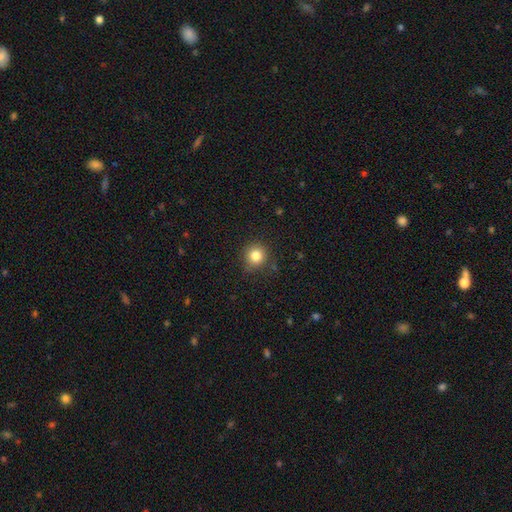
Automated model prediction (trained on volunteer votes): smooth-or-featured: smooth: 82% | star or artifact: 12% | featured or disk: 6%
  how-rounded: round: 90% | in between: 9% | cigar-shaped: 1%
  merging: none: 83% | minor disturbance: 12% | major disturbance: 3% | merger: 2%